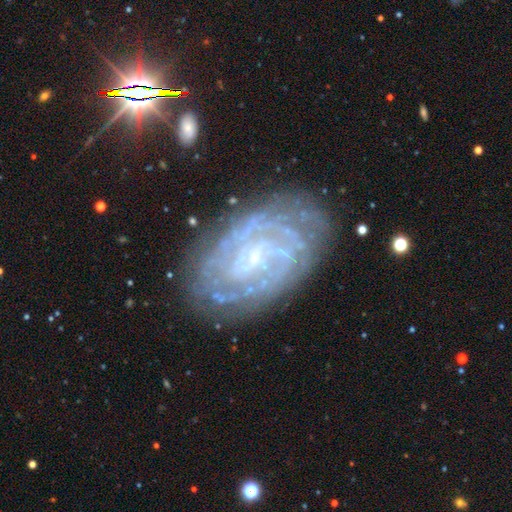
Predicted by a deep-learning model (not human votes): This is clearly a featured or disk galaxy (86%). It is clearly not viewed edge-on (97%). Bar: possibly no (57%). Spiral arm pattern: clearly yes (96%). Spiral arm count: marginally can't tell (33%). Spiral winding: likely tight (79%). Central bulge: clearly small (86%). Merging: likely none (78%).